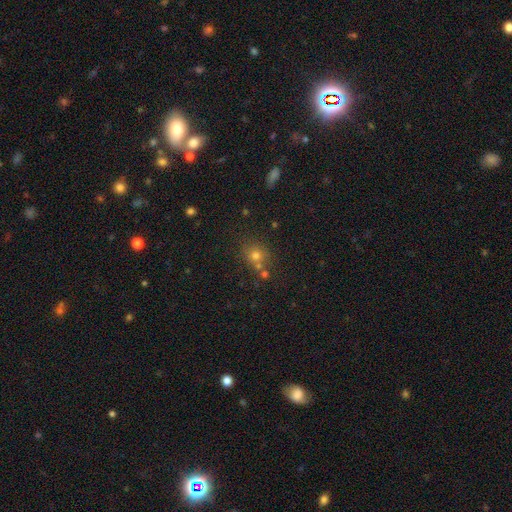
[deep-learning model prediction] Smooth or featured?
  - smooth: 66% *
  - star or artifact: 22%
  - featured or disk: 11%
How rounded?
  - round: 79% *
  - in between: 19%
  - cigar-shaped: 1%
Merging?
  - none: 64% *
  - merger: 22%
  - minor disturbance: 10%
  - major disturbance: 4%